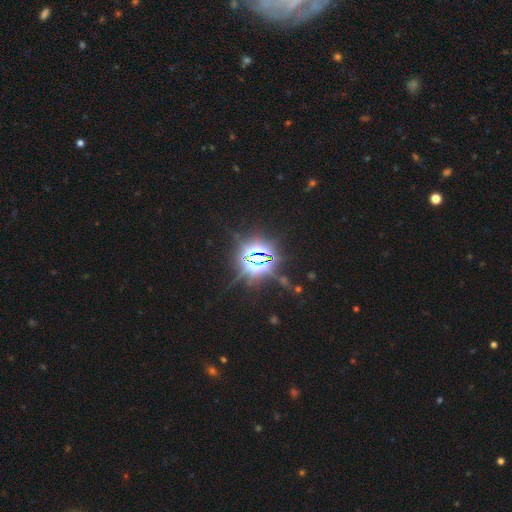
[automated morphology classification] This is clearly a star or artifact rather than a galaxy (84%).